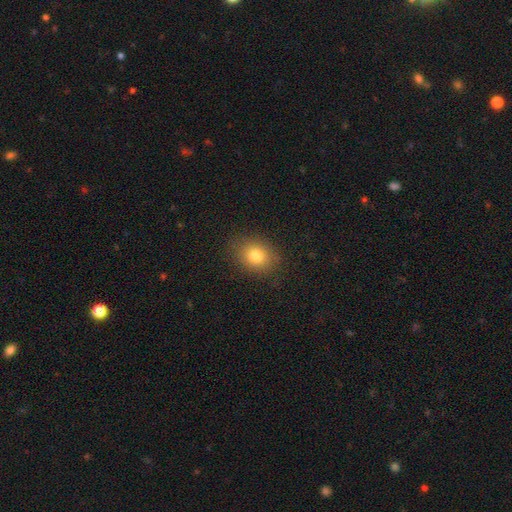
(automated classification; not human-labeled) smooth 79%, star or artifact 12%, featured or disk 9%. Down the decision tree: how rounded — round (53%); merging — none (86%).